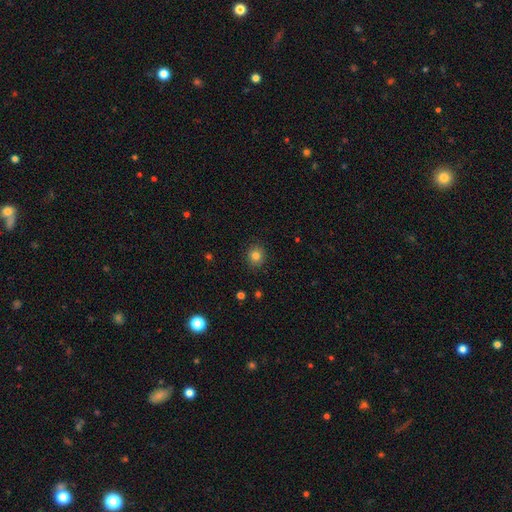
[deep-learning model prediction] smooth-or-featured: smooth: 82% | star or artifact: 12% | featured or disk: 6%
  how-rounded: round: 83% | in between: 16% | cigar-shaped: 1%
  merging: none: 90% | minor disturbance: 7% | major disturbance: 2% | merger: 1%